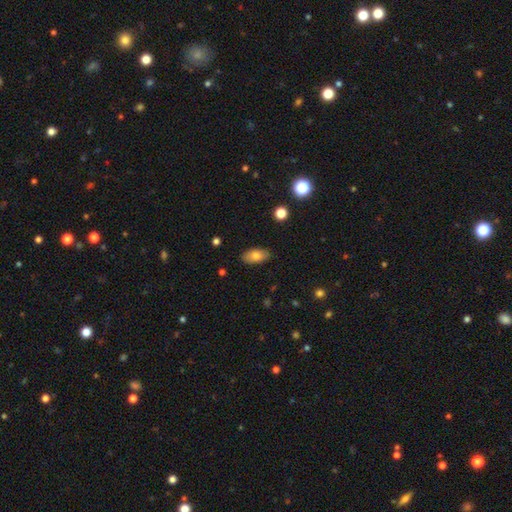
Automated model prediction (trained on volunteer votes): Morphology: type=smooth (77%); roundness=in between (91%); merging=none (86%).